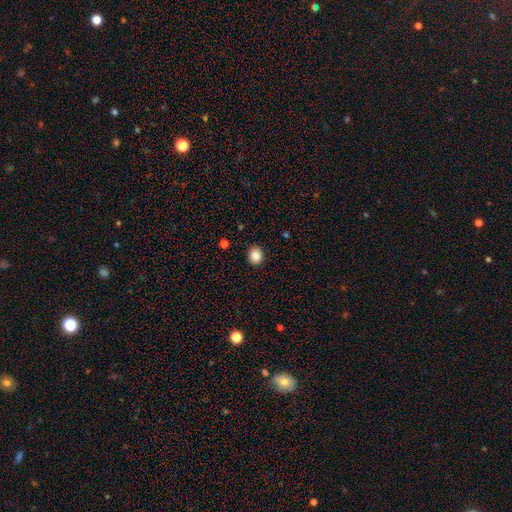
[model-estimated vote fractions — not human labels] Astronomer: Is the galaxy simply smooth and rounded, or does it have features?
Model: smooth — 86%.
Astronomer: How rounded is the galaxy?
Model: round — 68%.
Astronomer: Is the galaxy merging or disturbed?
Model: none — 90%.